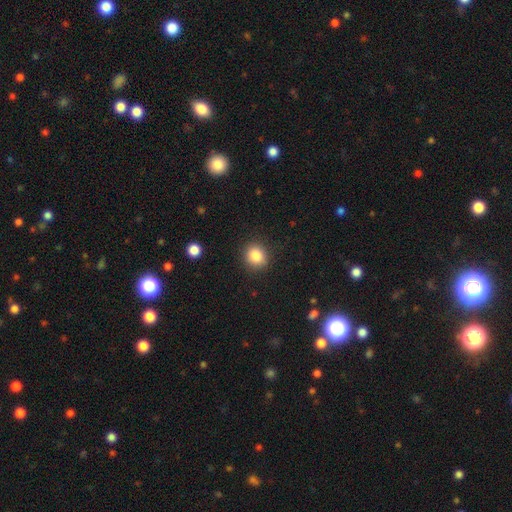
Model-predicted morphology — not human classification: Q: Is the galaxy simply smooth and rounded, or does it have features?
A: smooth — 84%.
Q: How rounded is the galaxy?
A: round — 79%.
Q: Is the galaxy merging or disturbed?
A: none — 89%.